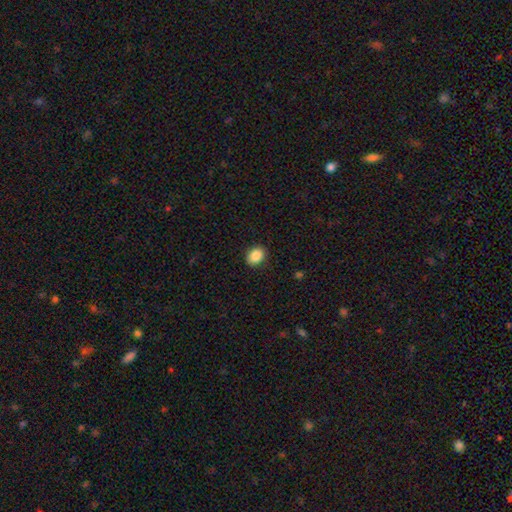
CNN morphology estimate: Smooth or featured?
  - smooth: 88% *
  - star or artifact: 8%
  - featured or disk: 4%
How rounded?
  - in between: 60% *
  - round: 39%
  - cigar-shaped: 1%
Merging?
  - none: 89% *
  - minor disturbance: 8%
  - major disturbance: 2%
  - merger: 1%